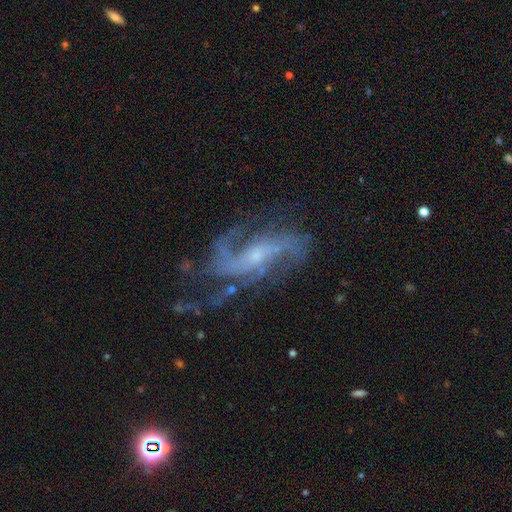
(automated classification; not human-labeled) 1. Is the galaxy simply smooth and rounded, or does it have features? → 87% featured or disk, 7% star or artifact, 5% smooth.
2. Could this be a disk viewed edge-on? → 94% no, 6% yes.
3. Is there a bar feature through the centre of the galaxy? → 44% no, 40% weak, 17% strong.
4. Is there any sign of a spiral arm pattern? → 95% yes, 5% no.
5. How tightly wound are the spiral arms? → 43% loose (tied), 43% medium (tied), 14% tight.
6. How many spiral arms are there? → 54% 2, 17% 3, 13% can't tell, 7% 4, 5% 1, 5% more than 4.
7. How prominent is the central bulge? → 66% small, 24% moderate, 7% none, 2% large, 1% dominant.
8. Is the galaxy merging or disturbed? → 57% none, 20% major disturbance, 19% minor disturbance, 3% merger.